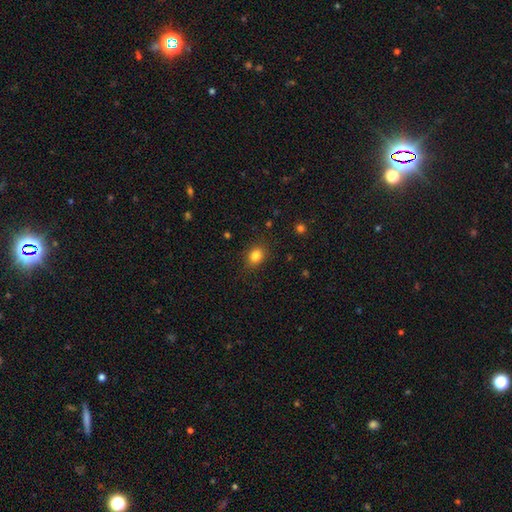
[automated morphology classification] A smooth galaxy with no disk features (83%) that is round (54%). Merging: none (84%).